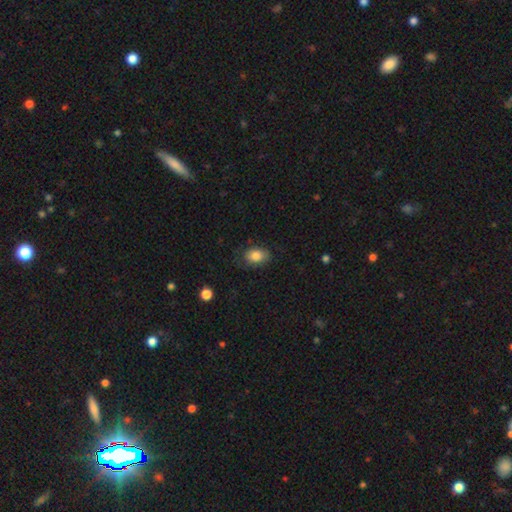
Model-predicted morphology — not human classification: Smooth or featured?
  - smooth: 84% *
  - featured or disk: 9%
  - star or artifact: 8%
How rounded?
  - in between: 80% *
  - round: 18%
  - cigar-shaped: 1%
Merging?
  - none: 71% *
  - minor disturbance: 20%
  - major disturbance: 7%
  - merger: 1%